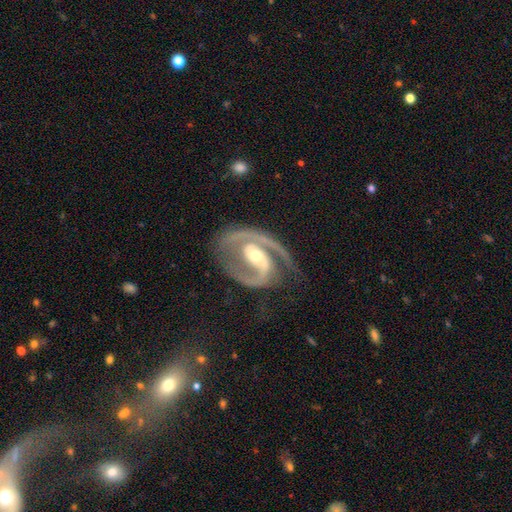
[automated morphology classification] This is clearly a featured or disk galaxy (91%). It is clearly not viewed edge-on (97%). Bar: marginally weak (37%). Spiral arm pattern: clearly yes (96%). Spiral arm count: likely 2 (69%). Spiral winding: possibly medium (47%). Central bulge: likely moderate (61%). Merging: likely none (62%).